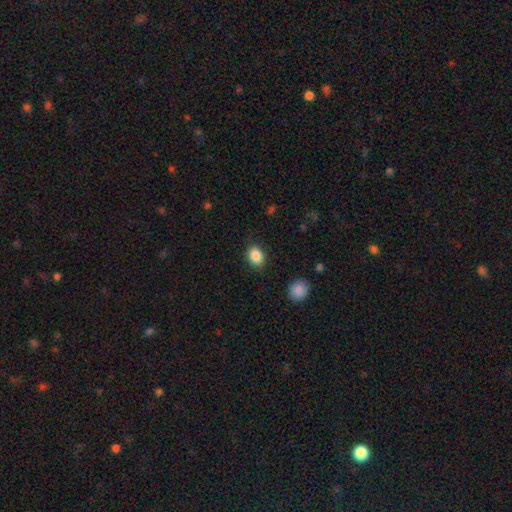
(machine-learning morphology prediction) type=smooth (87%); roundness=in between (56%); merging=none (85%).